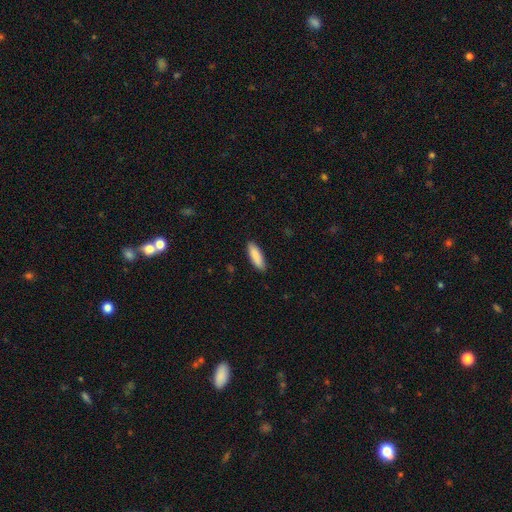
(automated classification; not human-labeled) Smooth or featured? smooth (89%)
How rounded? in between (50%)
Merging? none (88%)